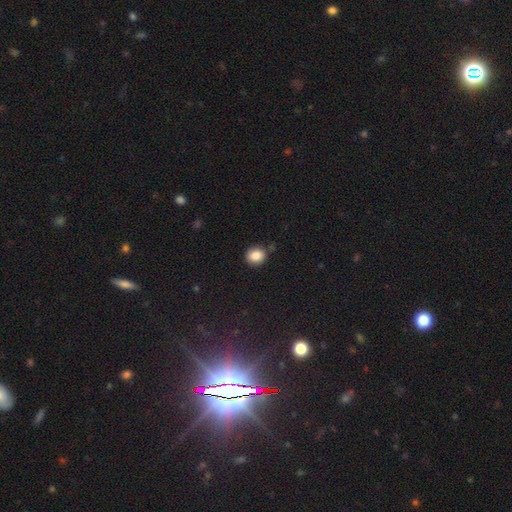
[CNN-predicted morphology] A smooth galaxy with no disk features (86%) that is round (76%).

Vote fractions:
- Smooth or featured? smooth: 86% / star or artifact: 9% / featured or disk: 5%
- How rounded? round: 76% / in between: 23% / cigar-shaped: 1%
- Merging? none: 84% / minor disturbance: 10% / merger: 3% / major disturbance: 2%